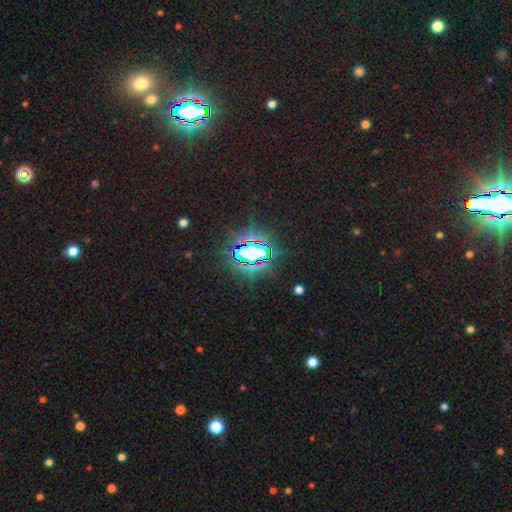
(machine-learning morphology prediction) A star or artifact, not a galaxy (84%).